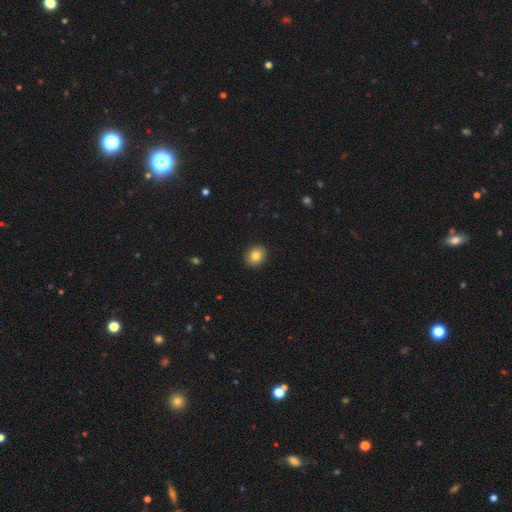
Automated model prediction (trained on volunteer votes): The model was most divided on "how rounded": round: 70%, in between: 29%, cigar-shaped: 1%. More confident: merging — none (92%); smooth or featured — smooth (82%).